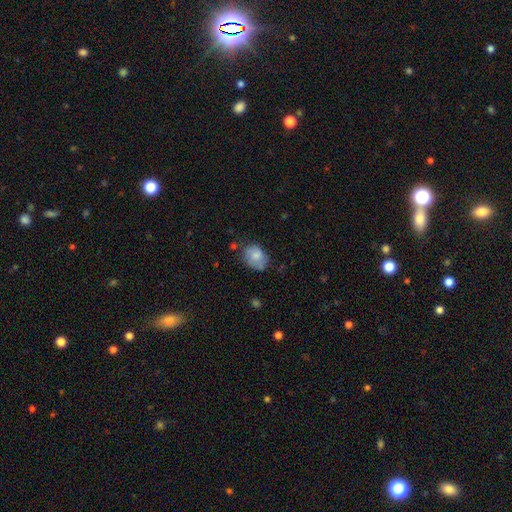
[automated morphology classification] This is likely a smooth galaxy (74%). How rounded: likely in between (66%). Merging: possibly none (59%).